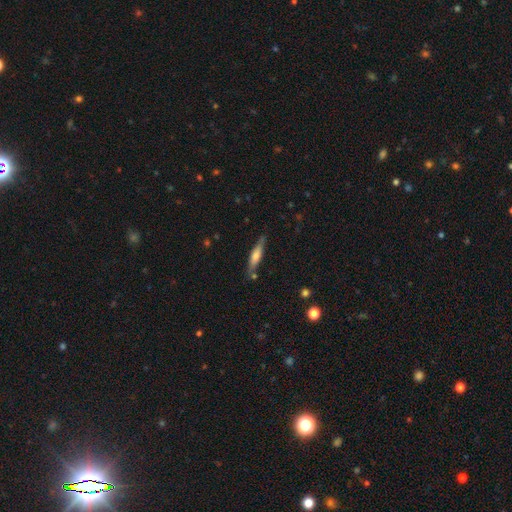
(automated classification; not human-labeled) The model was most divided on "smooth or featured": smooth: 57%, featured or disk: 37%, star or artifact: 6%. More confident: how rounded — cigar-shaped (80%); merging — none (77%).